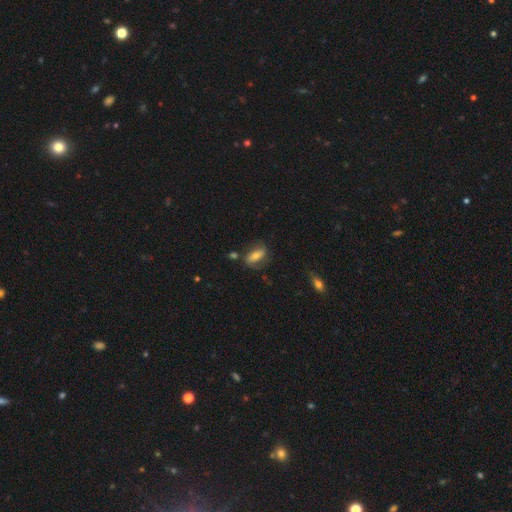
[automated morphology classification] A smooth galaxy with no disk features (54%) that is in between round and cigar-shaped (77%). Merging: none (65%).